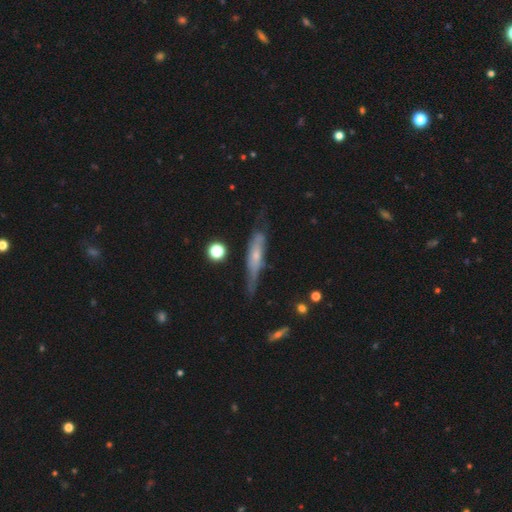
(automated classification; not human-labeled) featured or disk 56%, smooth 36%, star or artifact 8%. Down the decision tree: edge-on disk — yes (69%); merging — none (48%).